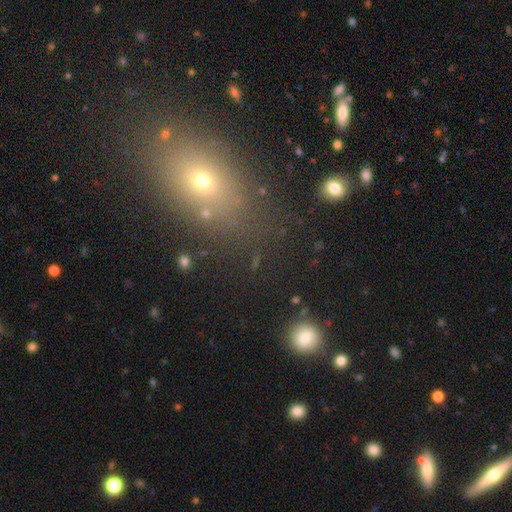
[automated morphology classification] Q: Smooth or featured?
A: smooth (57%); runner-up: star or artifact (29%)
Q: How rounded?
A: round (55%); runner-up: in between (40%)
Q: Merging?
A: none (79%); runner-up: minor disturbance (10%)